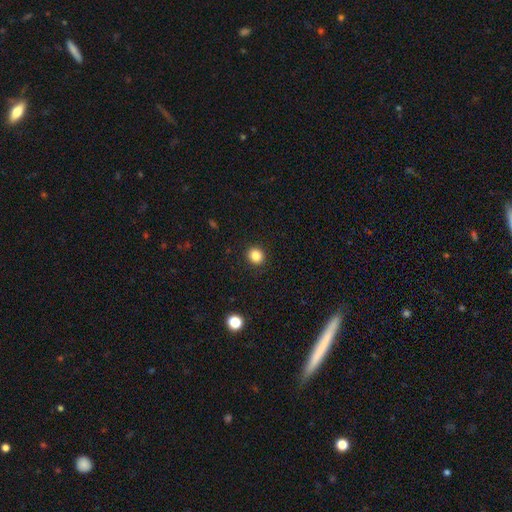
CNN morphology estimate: smooth 85%, star or artifact 11%, featured or disk 4%. Down the decision tree: how rounded — round (86%); merging — none (92%).